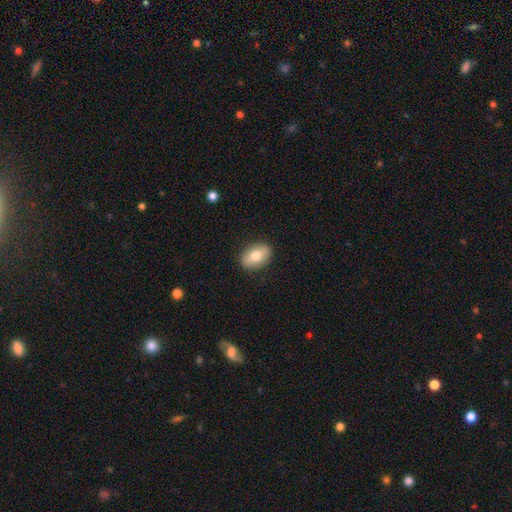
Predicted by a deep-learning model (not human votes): This appears to be a smooth galaxy with no disk features (75%) that is in between round and cigar-shaped (80%). Merging: none (89%).